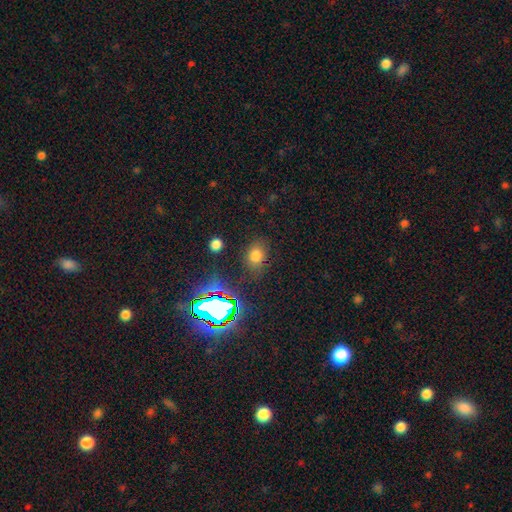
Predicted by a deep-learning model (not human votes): Smooth or featured? Predicted: smooth (p=0.70). How rounded? Predicted: in between (p=0.62). Merging? Predicted: none (p=0.78).